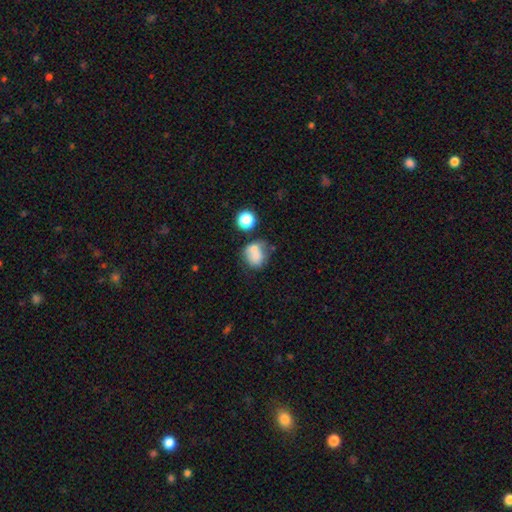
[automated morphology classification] This appears to be a smooth galaxy with no disk features (71%) that is round (67%). Merging: merger (40%).